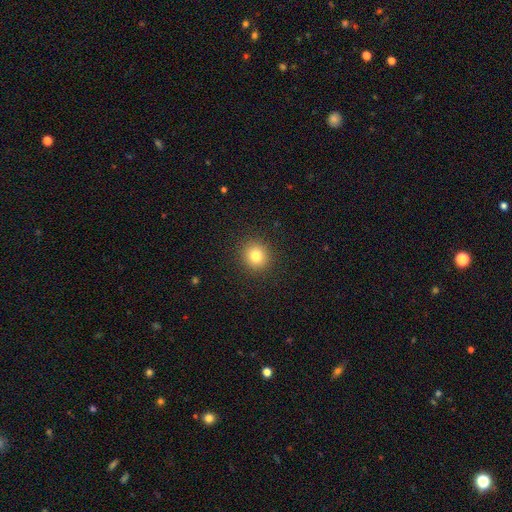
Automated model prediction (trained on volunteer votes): Smooth or featured? smooth (80%)
How rounded? round (89%)
Merging? none (91%)